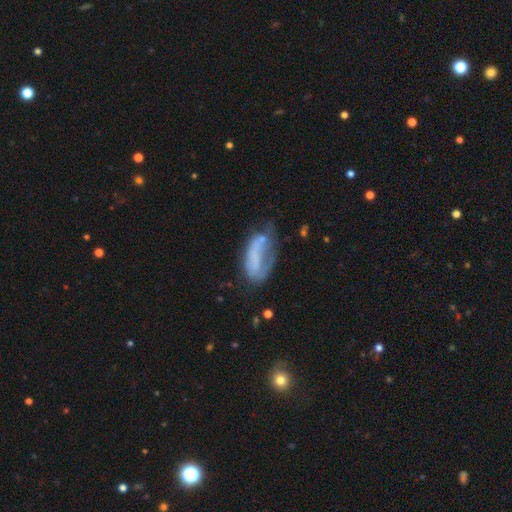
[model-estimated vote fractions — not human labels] Smooth or featured?
  - smooth: 45% *
  - featured or disk: 44%
  - star or artifact: 10%
Merging?
  - major disturbance: 34% *
  - none: 31%
  - minor disturbance: 28%
  - merger: 8%